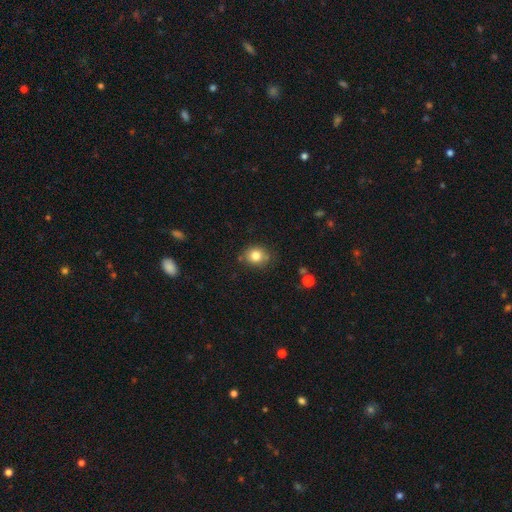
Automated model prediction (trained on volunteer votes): A smooth galaxy with no disk features (81%) that is round (67%).

Vote fractions:
- Smooth or featured? smooth: 81% / star or artifact: 11% / featured or disk: 8%
- How rounded? round: 67% / in between: 32% / cigar-shaped: 1%
- Merging? none: 77% / minor disturbance: 16% / merger: 3% / major disturbance: 3%